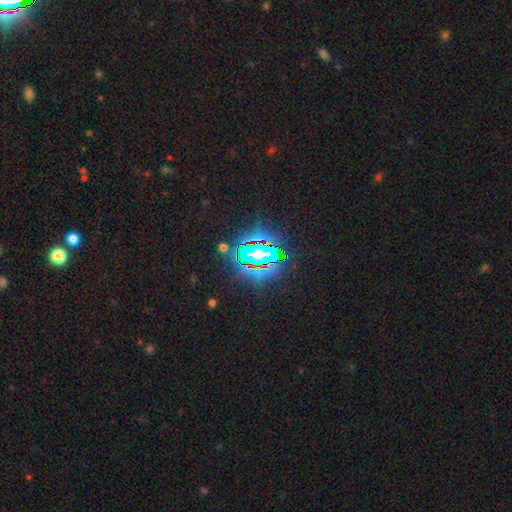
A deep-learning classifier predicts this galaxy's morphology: type=star or artifact (82%).